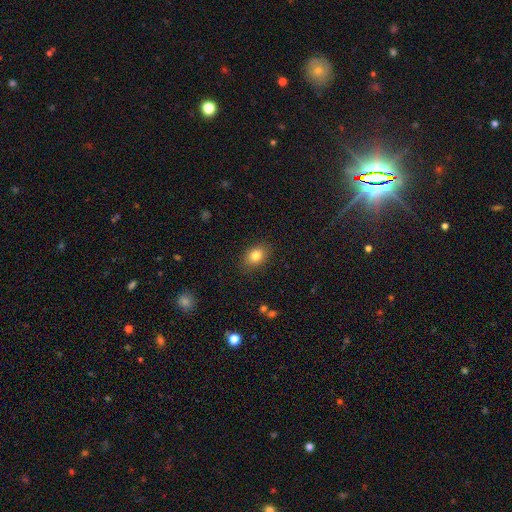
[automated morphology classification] type=smooth (82%); roundness=in between (70%); merging=none (86%).